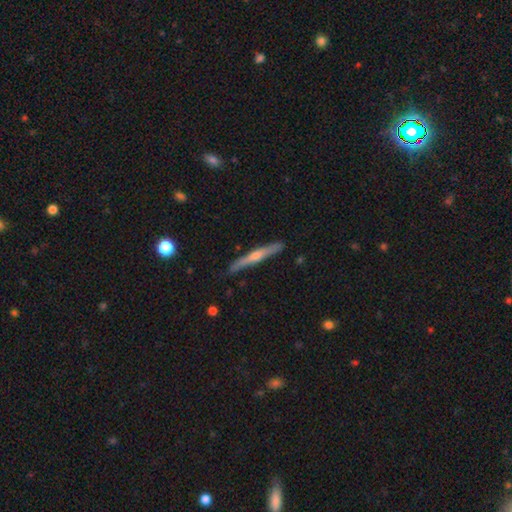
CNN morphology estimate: Smooth or featured? featured or disk (62%)
Edge-on disk? yes (97%)
Edge-on bulge? rounded (73%)
Merging? none (87%)